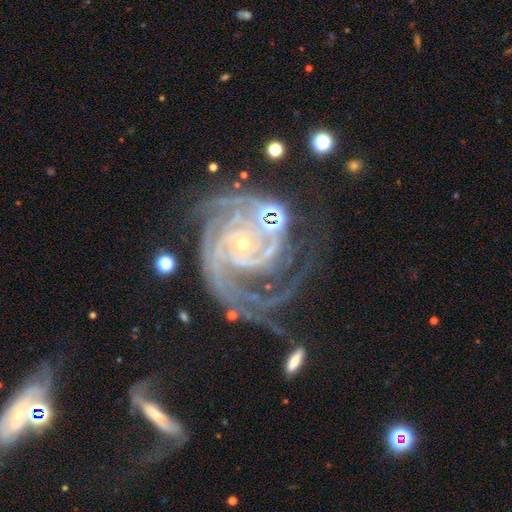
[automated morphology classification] This is clearly a featured or disk galaxy (92%). It is clearly not viewed edge-on (98%). Bar: likely no (67%). Spiral arm pattern: clearly yes (99%). Spiral arm count: marginally 3 (30%). Spiral winding: likely tight (71%). Central bulge: clearly small (83%). Merging: possibly none (53%).